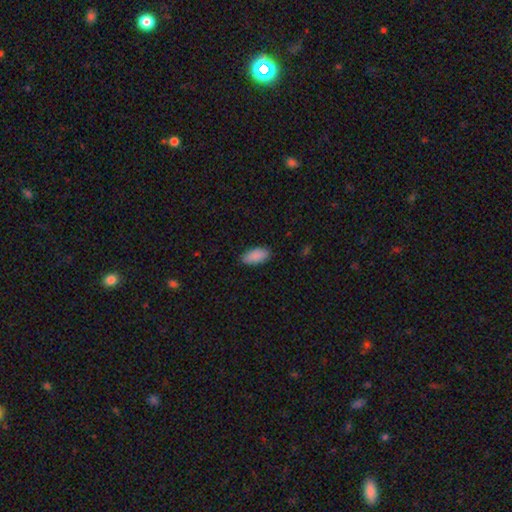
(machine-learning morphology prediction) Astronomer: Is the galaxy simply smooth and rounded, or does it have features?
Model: smooth — 90%.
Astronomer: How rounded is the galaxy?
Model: in between — 93%.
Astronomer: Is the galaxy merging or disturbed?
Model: none — 86%.